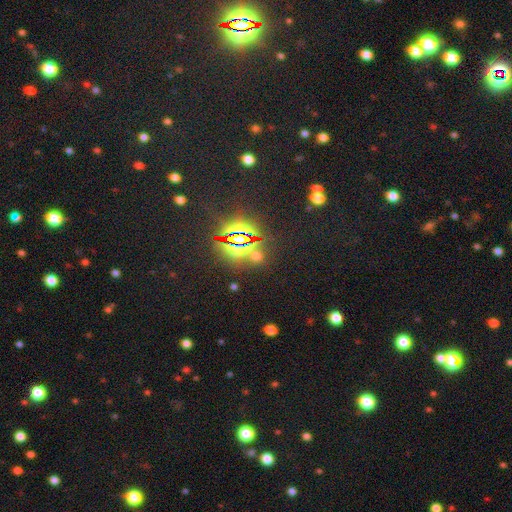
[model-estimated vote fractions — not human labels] star or artifact 65%, smooth 28%, featured or disk 7%.